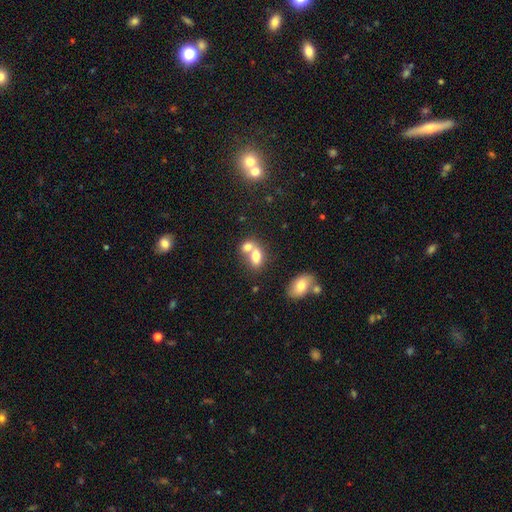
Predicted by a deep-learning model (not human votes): smooth-or-featured: smooth: 75% | featured or disk: 16% | star or artifact: 9%
  how-rounded: in between: 79% | round: 18% | cigar-shaped: 3%
  merging: merger: 63% | none: 25% | minor disturbance: 8% | major disturbance: 4%